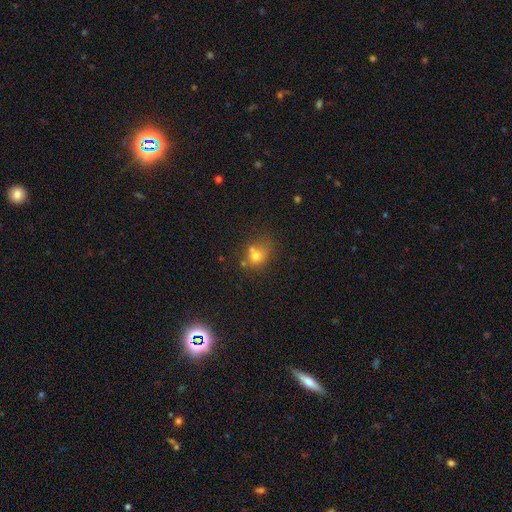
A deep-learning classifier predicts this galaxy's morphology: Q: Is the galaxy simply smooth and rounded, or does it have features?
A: smooth — 70%.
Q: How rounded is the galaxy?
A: round — 67%.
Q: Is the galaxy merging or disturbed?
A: none — 44%.